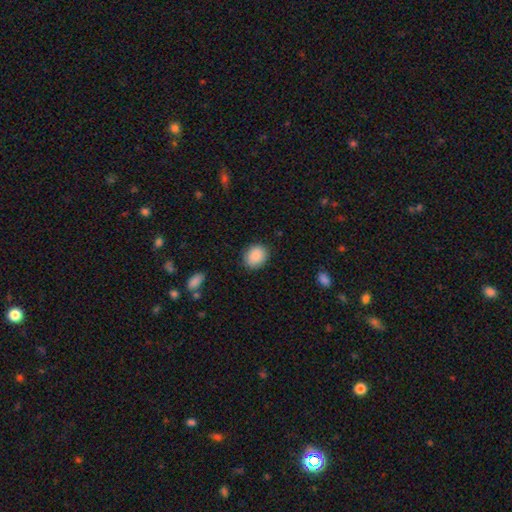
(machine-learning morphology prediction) Overall: smooth (90%). How rounded: round (61%; in between 38%). Merging: none (87%).